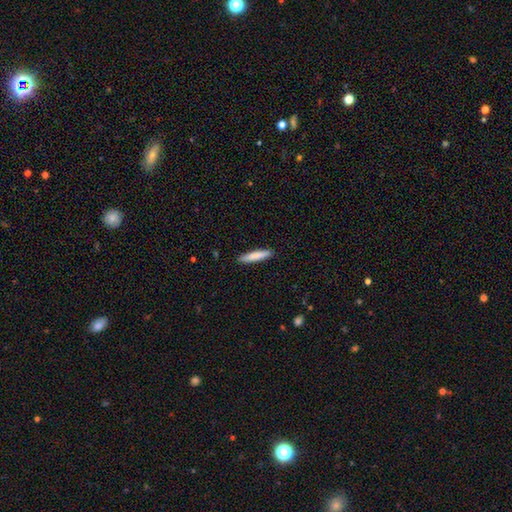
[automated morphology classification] Q: Smooth or featured?
A: smooth (83%); runner-up: featured or disk (11%)
Q: How rounded?
A: cigar-shaped (89%); runner-up: in between (10%)
Q: Merging?
A: none (90%); runner-up: minor disturbance (7%)